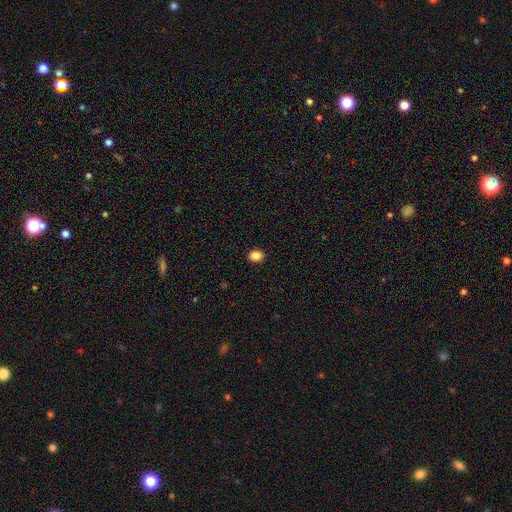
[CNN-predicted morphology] Overall: smooth (87%). How rounded: round (54%; in between 45%). Merging: none (91%).